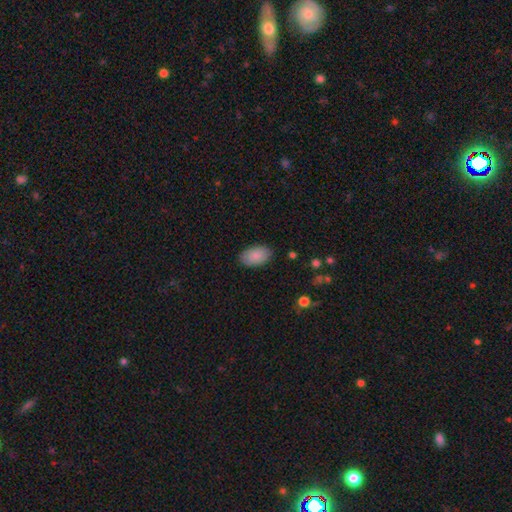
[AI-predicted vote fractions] The model was most divided on "merging": none: 87%, minor disturbance: 10%, major disturbance: 2%, merger: 1%. More confident: how rounded — in between (94%); smooth or featured — smooth (89%).